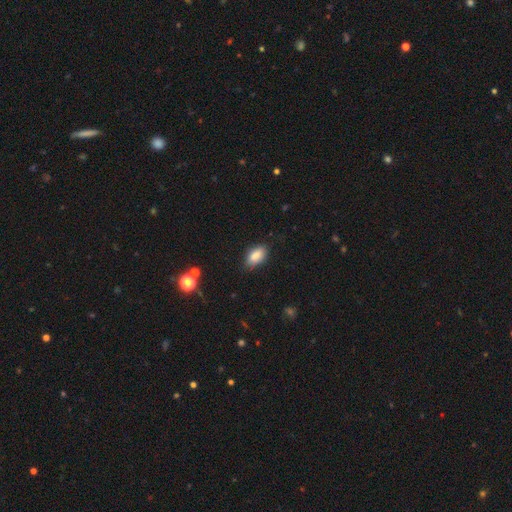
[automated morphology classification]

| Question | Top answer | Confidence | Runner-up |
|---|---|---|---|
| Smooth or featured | smooth | 84% | featured or disk (8%) |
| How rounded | in between | 90% | round (5%) |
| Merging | none | 77% | minor disturbance (19%) |